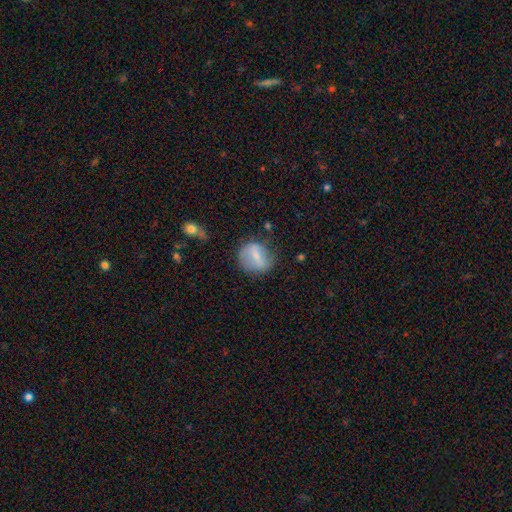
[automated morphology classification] Smooth or featured: smooth — 54% (featured or disk — 38%)
How rounded: round — 66% (in between — 32%)
Merging: none — 62% (minor disturbance — 24%)